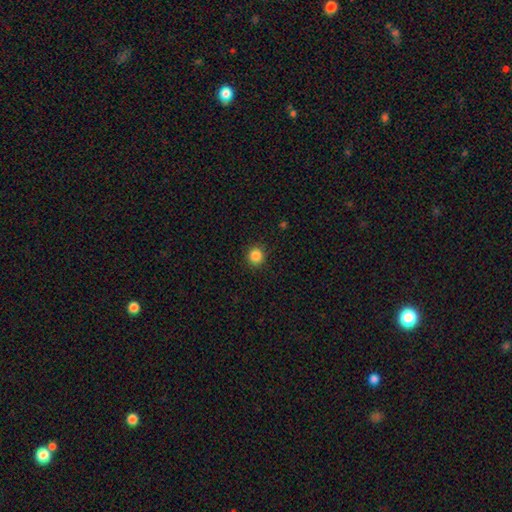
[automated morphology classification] Smooth or featured? smooth (86%)
How rounded? round (92%)
Merging? none (91%)